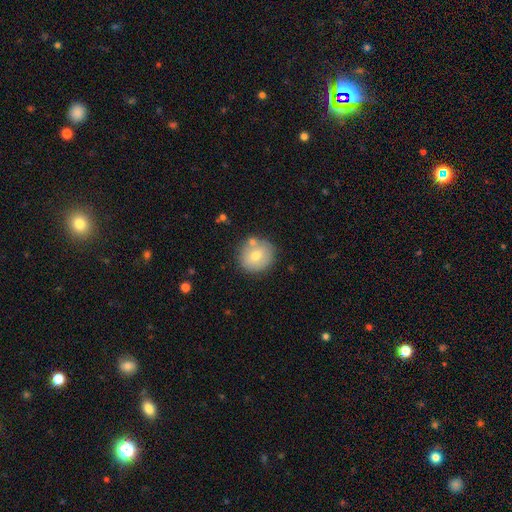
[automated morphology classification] This is likely a smooth galaxy (70%). How rounded: clearly round (90%). Merging: likely none (76%).